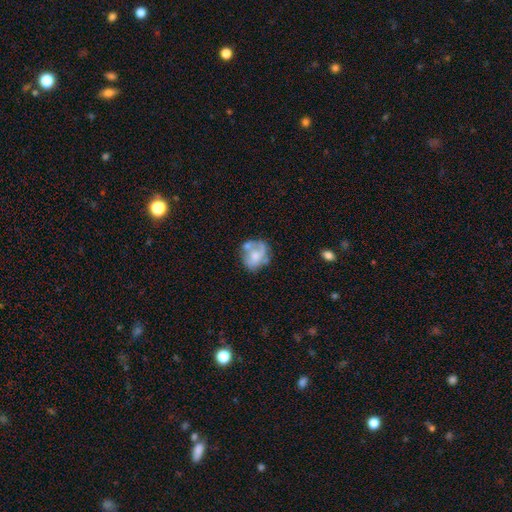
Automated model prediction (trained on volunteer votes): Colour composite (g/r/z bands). It shows a featured or disk galaxy (47%). Merging: none (40%).